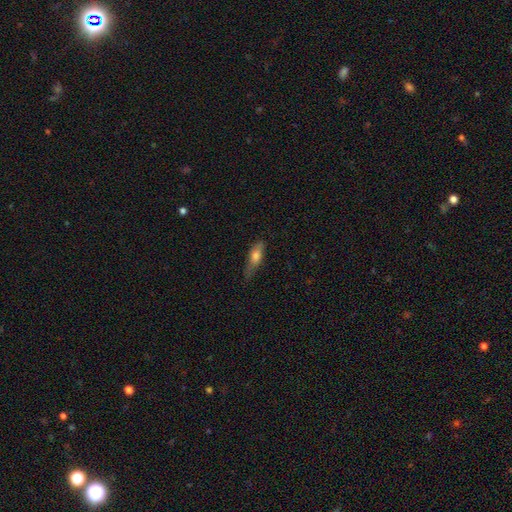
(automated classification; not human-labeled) Q: Smooth or featured?
A: smooth (66%); runner-up: featured or disk (27%)
Q: How rounded?
A: in between (49%); runner-up: cigar-shaped (48%)
Q: Merging?
A: none (54%); runner-up: minor disturbance (33%)